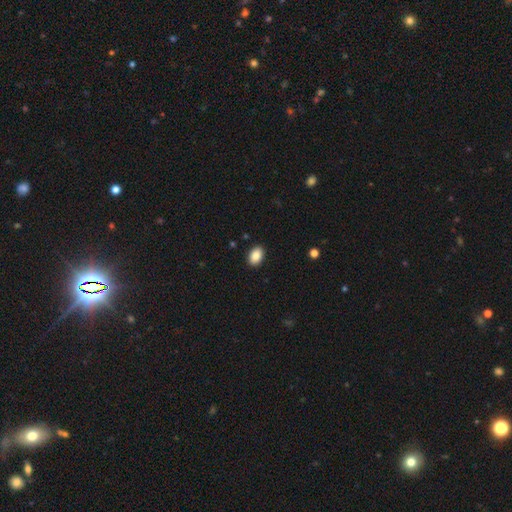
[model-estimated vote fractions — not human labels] The model was most divided on "how rounded": in between: 87%, round: 12%, cigar-shaped: 1%. More confident: merging — none (90%); smooth or featured — smooth (87%).